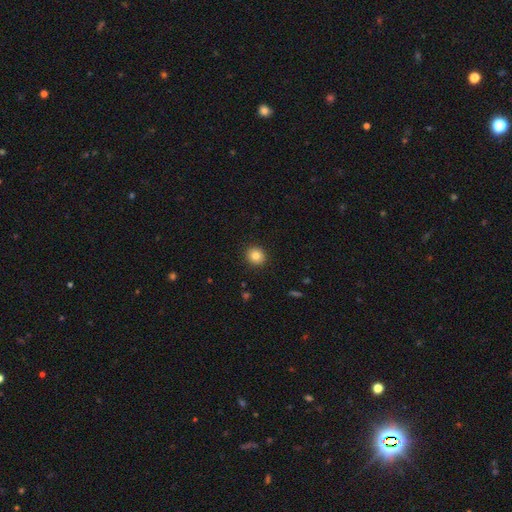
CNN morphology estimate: Smooth or featured: smooth — 83% (star or artifact — 10%)
How rounded: round — 88% (in between — 11%)
Merging: none — 92% (minor disturbance — 6%)